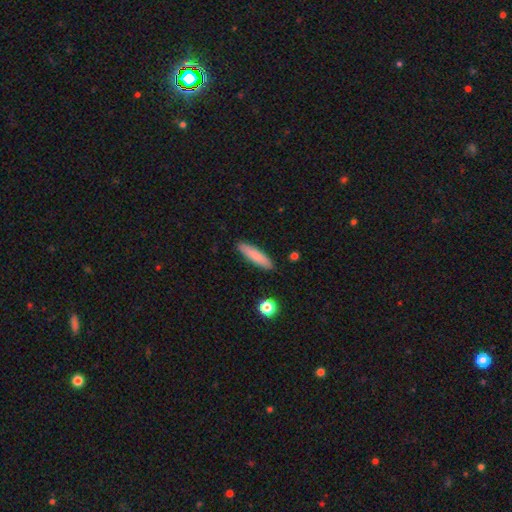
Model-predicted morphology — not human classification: smooth_or_featured: smooth (p=0.81) [alt: featured or disk p=0.13]
how_rounded: cigar-shaped (p=0.81) [alt: in between p=0.18]
merging: none (p=0.89) [alt: minor disturbance p=0.08]